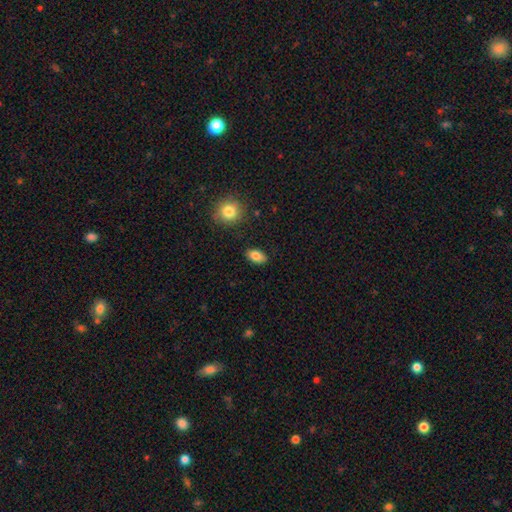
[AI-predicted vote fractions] smooth-or-featured: smooth: 83% | featured or disk: 9% | star or artifact: 8%
  how-rounded: in between: 90% | round: 8% | cigar-shaped: 3%
  merging: none: 86% | minor disturbance: 10% | major disturbance: 2% | merger: 2%